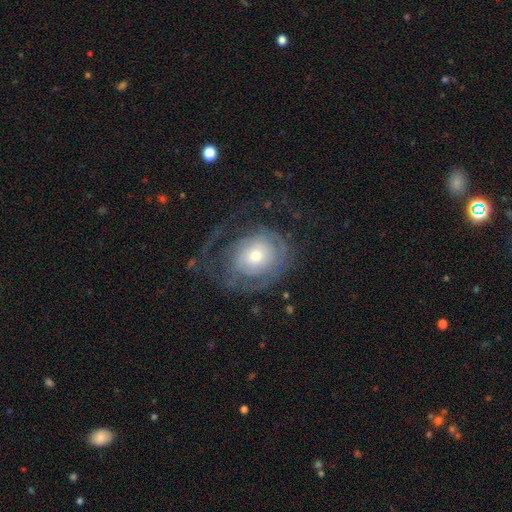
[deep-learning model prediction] This appears to be a featured or disk galaxy (66%) with no bar (80%), spiral arms (76%) and a moderate central bulge (52%). Merging: none (49%).